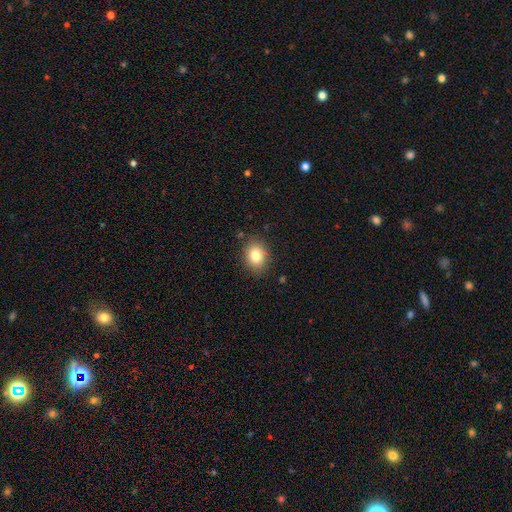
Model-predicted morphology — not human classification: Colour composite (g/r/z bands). It shows a smooth galaxy with no disk features (80%) that is in between round and cigar-shaped (50%). Merging: none (84%).